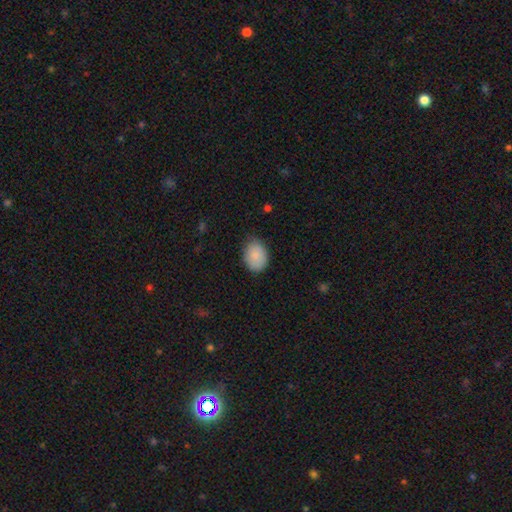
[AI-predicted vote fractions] smooth-or-featured: smooth: 88% | star or artifact: 7% | featured or disk: 6%
  how-rounded: in between: 72% | round: 27% | cigar-shaped: 1%
  merging: none: 73% | minor disturbance: 23% | major disturbance: 4% | merger: 1%